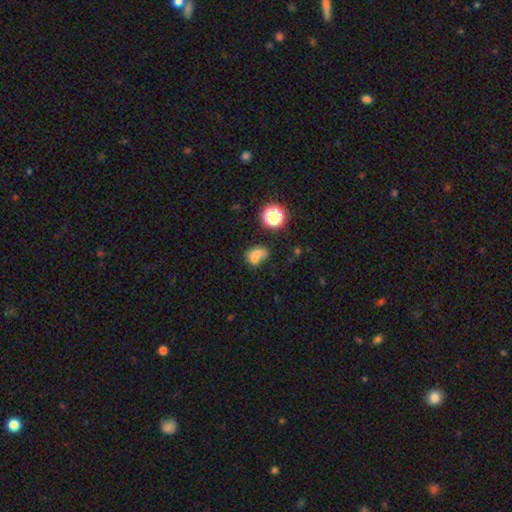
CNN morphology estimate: smooth_or_featured: smooth (p=0.67) [alt: featured or disk p=0.17]
how_rounded: in between (p=0.57) [alt: round p=0.42]
merging: merger (p=0.47) [alt: none p=0.31]